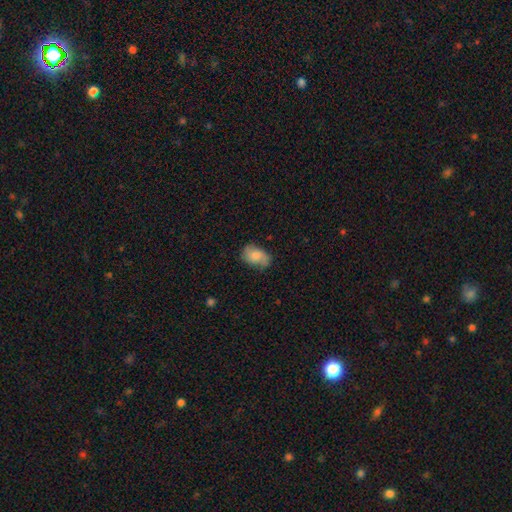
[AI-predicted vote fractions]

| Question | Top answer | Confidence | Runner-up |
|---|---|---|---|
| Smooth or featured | smooth | 68% | featured or disk (24%) |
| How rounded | in between | 87% | round (12%) |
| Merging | none | 62% | minor disturbance (28%) |